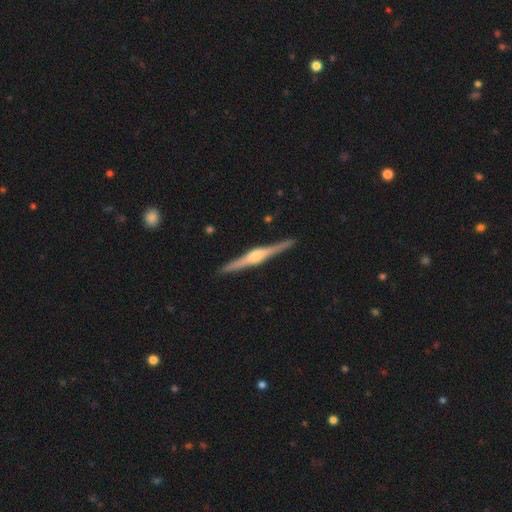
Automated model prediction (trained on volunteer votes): smooth-or-featured: featured or disk: 85% | smooth: 10% | star or artifact: 5%
  disk-edge-on: yes: 99% | no: 1%
    edge-on-bulge: rounded: 82% | boxy: 13% | none: 5%
  merging: none: 92% | minor disturbance: 6% | major disturbance: 1% | merger: 1%